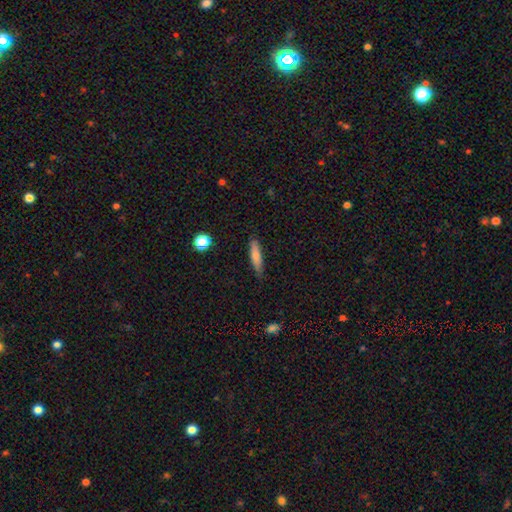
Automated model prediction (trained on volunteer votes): smooth_or_featured: smooth (p=0.72) [alt: featured or disk p=0.21]
how_rounded: cigar-shaped (p=0.79) [alt: in between p=0.19]
merging: none (p=0.81) [alt: minor disturbance p=0.15]